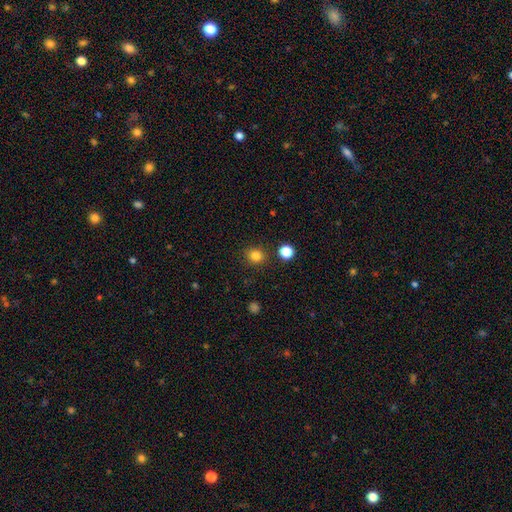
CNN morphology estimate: Q: Smooth or featured?
A: smooth (82%); runner-up: star or artifact (13%)
Q: How rounded?
A: round (86%); runner-up: in between (13%)
Q: Merging?
A: none (87%); runner-up: minor disturbance (7%)